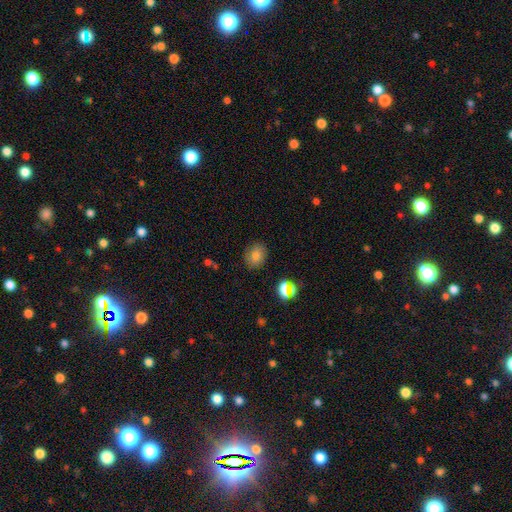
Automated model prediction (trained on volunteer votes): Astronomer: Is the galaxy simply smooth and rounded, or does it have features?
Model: smooth — 77%.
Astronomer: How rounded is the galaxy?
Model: round — 55% (runner-up: in between, 44%).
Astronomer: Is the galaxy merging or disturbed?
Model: none — 86%.